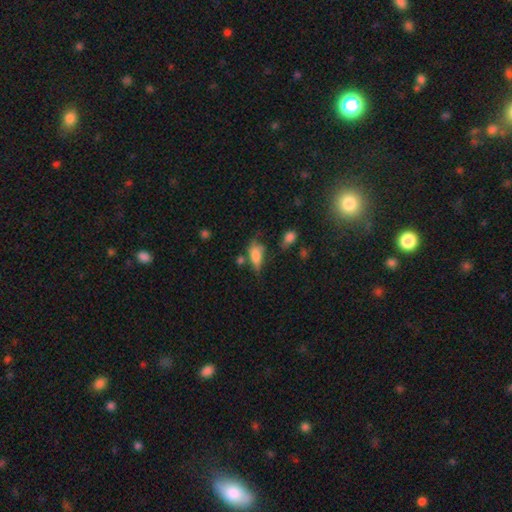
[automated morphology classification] The model was most divided on "merging": none: 40%, minor disturbance: 31%, major disturbance: 17%, merger: 12%. More confident: how rounded — in between (79%); smooth or featured — smooth (72%).